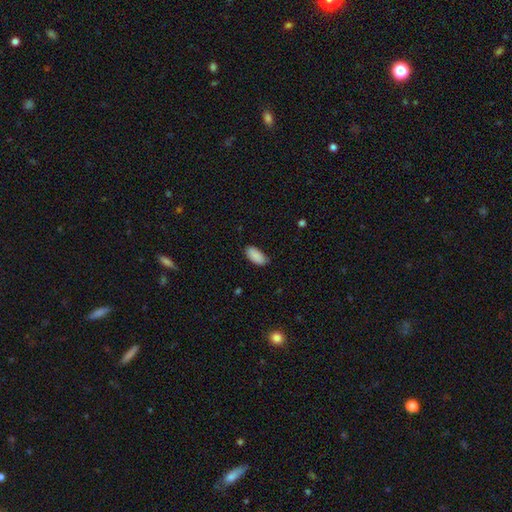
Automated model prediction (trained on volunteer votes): smooth_or_featured: smooth (p=0.90) [alt: star or artifact p=0.06]
how_rounded: in between (p=0.92) [alt: cigar-shaped p=0.06]
merging: none (p=0.83) [alt: minor disturbance p=0.14]